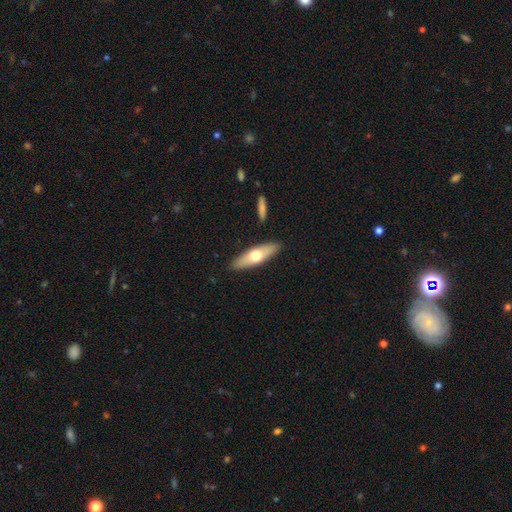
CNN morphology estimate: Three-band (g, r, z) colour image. It shows a smooth galaxy with no disk features (55%) that is cigar-shaped (54%). Merging: none (88%).